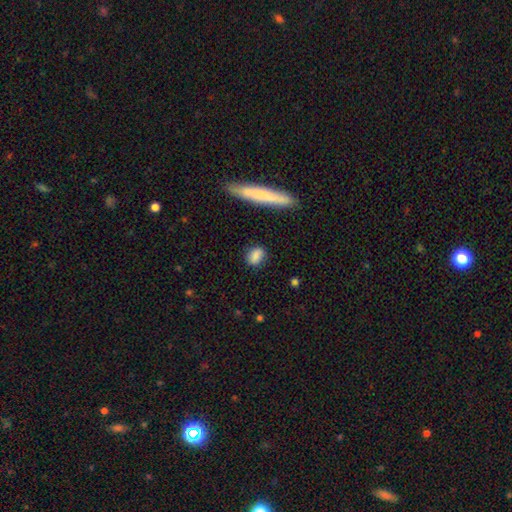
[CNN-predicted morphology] This is clearly a smooth galaxy (83%). How rounded: likely in between (66%). Merging: clearly none (82%).